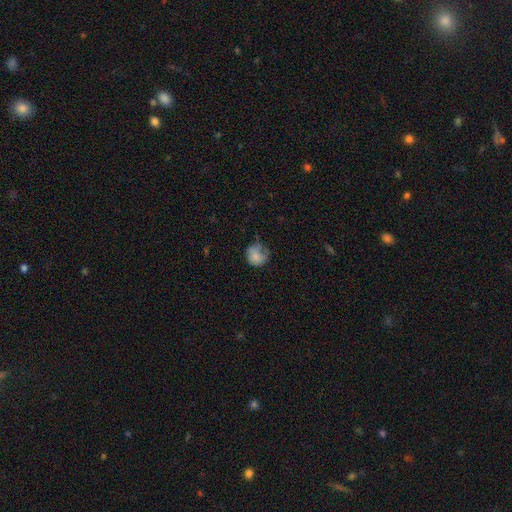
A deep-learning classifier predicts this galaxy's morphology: Overall: smooth (75%). How rounded: round (79%). Merging: none (49%; minor disturbance 32%).